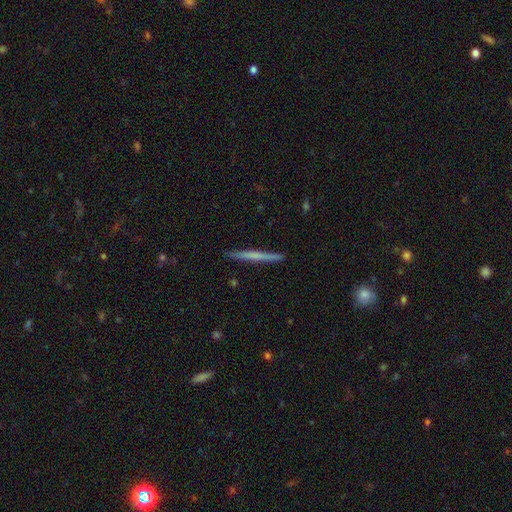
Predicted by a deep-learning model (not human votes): Q: Smooth or featured?
A: smooth (47%); tied with: featured or disk (47%)
Q: Merging?
A: none (92%); runner-up: minor disturbance (6%)